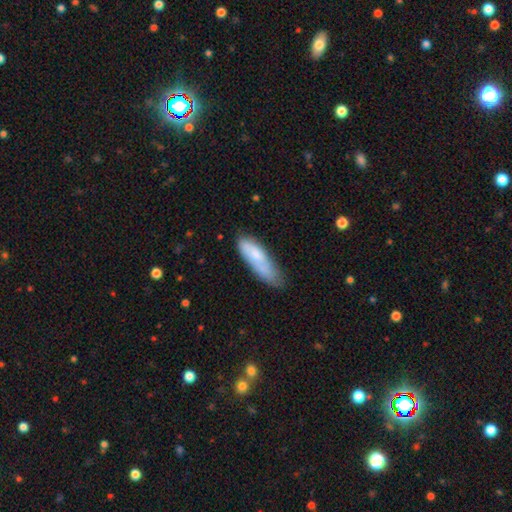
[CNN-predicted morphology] The model was most divided on "how rounded": cigar-shaped: 52%, in between: 46%, round: 2%. More confident: smooth or featured — smooth (70%); merging — none (51%).